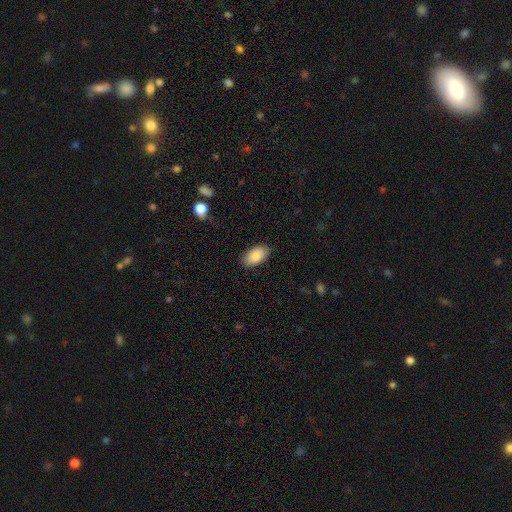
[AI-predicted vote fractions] Smooth or featured? smooth (88%)
How rounded? in between (95%)
Merging? none (87%)